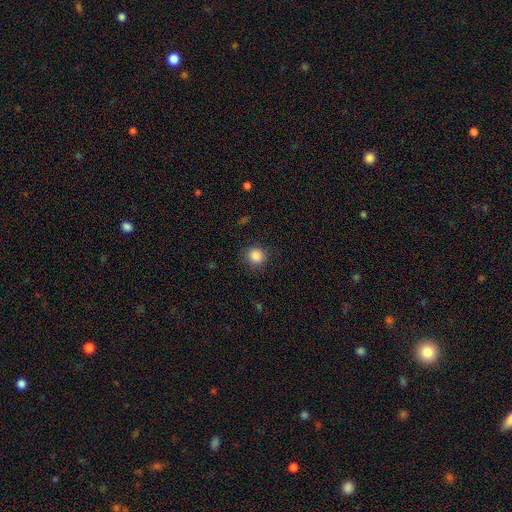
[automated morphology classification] This appears to be a smooth galaxy with no disk features (86%) that is round (86%). Merging: none (83%).